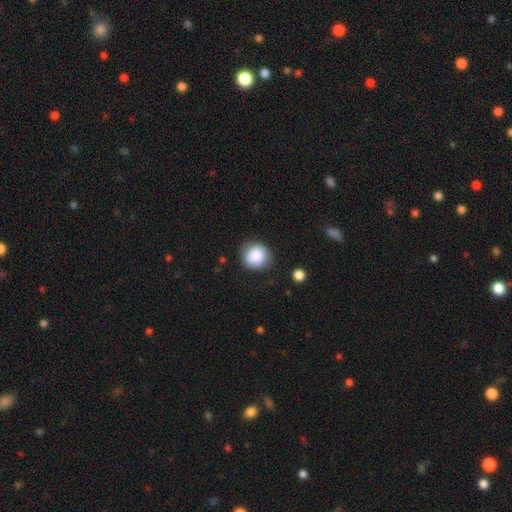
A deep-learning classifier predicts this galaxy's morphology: This appears to be a smooth galaxy with no disk features (86%) that is round (90%). Merging: none (78%).